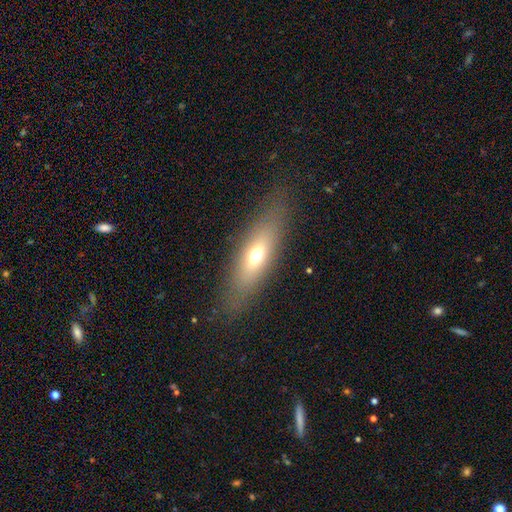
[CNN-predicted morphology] This appears to be a smooth galaxy with no disk features (53%) that is cigar-shaped (63%). Merging: none (85%).